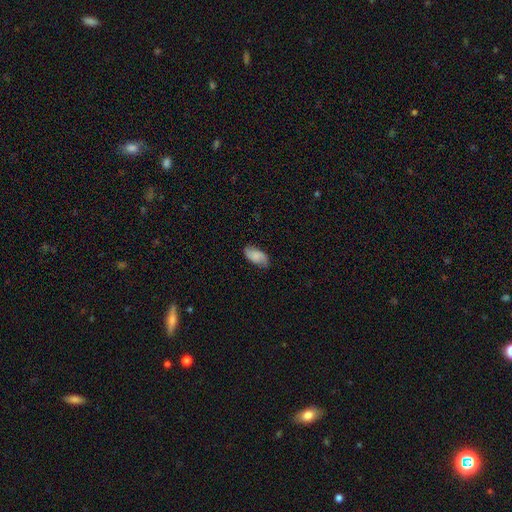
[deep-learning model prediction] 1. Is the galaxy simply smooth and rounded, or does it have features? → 70% smooth, 23% featured or disk, 8% star or artifact.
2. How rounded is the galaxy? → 94% in between, 3% cigar-shaped, 3% round.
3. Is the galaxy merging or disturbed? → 76% none, 19% minor disturbance, 4% major disturbance, 1% merger.